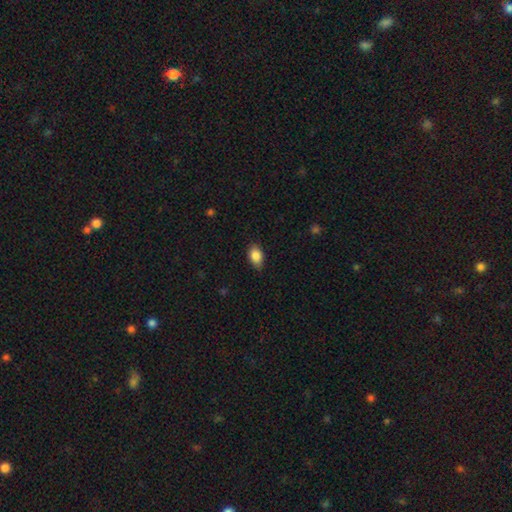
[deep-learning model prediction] A smooth galaxy with no disk features (85%) that is in between round and cigar-shaped (86%). Merging: none (82%).